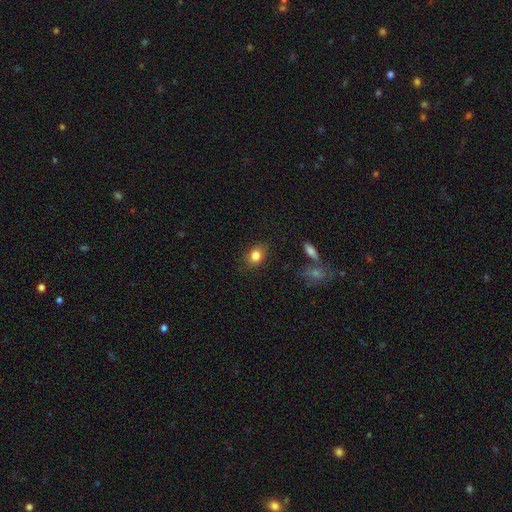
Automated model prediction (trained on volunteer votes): Morphology: type=smooth (83%); roundness=in between (56%); merging=none (83%).